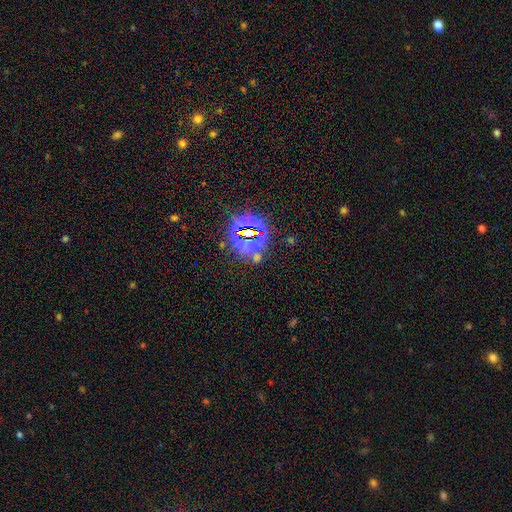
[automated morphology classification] A star or artifact, not a galaxy (77%).

Vote fractions:
- Smooth or featured? star or artifact: 77% / smooth: 14% / featured or disk: 9%